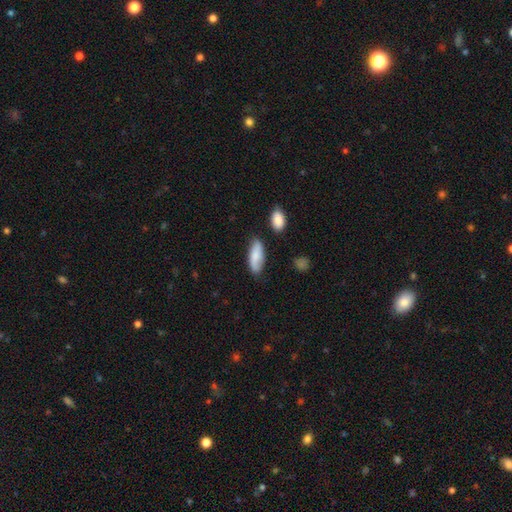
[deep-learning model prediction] The model was most divided on "merging": none: 70%, minor disturbance: 21%, merger: 5%, major disturbance: 4%. More confident: how rounded — in between (76%); smooth or featured — smooth (73%).